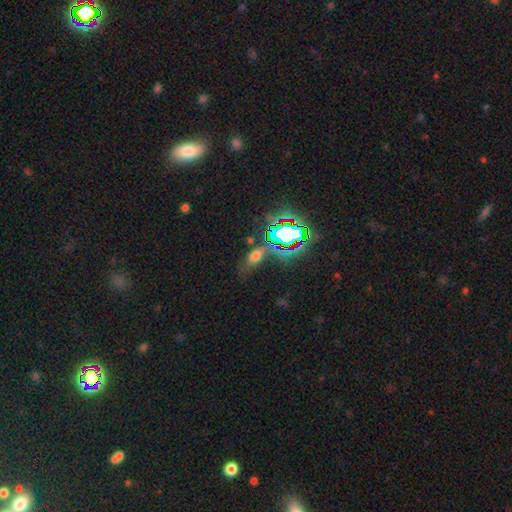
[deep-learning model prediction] Smooth or featured?
  - smooth: 48% *
  - star or artifact: 35%
  - featured or disk: 17%
Merging?
  - none: 53% *
  - minor disturbance: 21%
  - major disturbance: 16%
  - merger: 10%